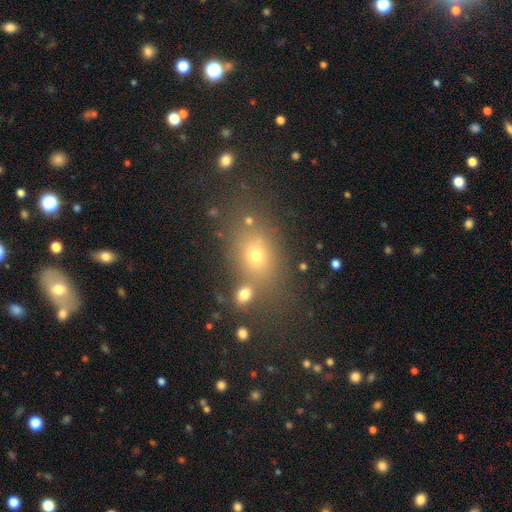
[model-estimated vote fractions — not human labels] The model was most divided on "how rounded": in between: 66%, round: 32%, cigar-shaped: 3%. More confident: smooth or featured — smooth (67%); merging — none (66%).